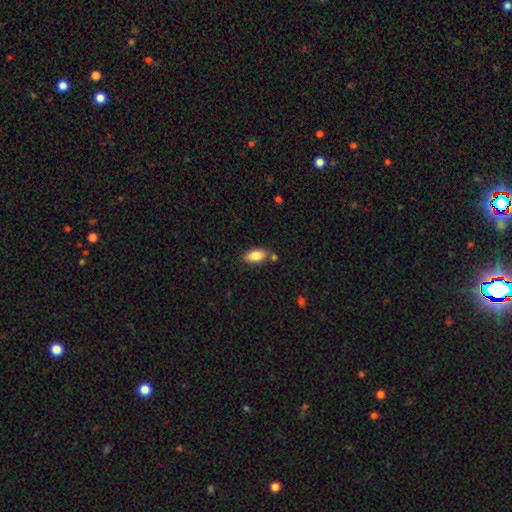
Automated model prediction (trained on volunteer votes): Overall: smooth (83%). How rounded: in between (90%). Merging: none (75%).